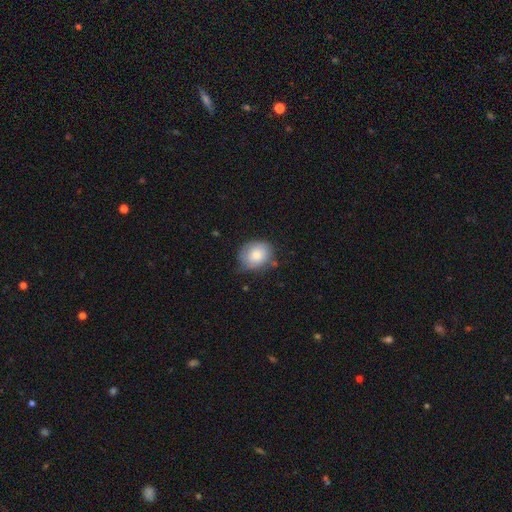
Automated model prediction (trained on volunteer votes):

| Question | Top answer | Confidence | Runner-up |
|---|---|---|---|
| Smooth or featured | smooth | 78% | featured or disk (15%) |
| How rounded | round | 61% | in between (38%) |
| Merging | none | 61% | minor disturbance (30%) |